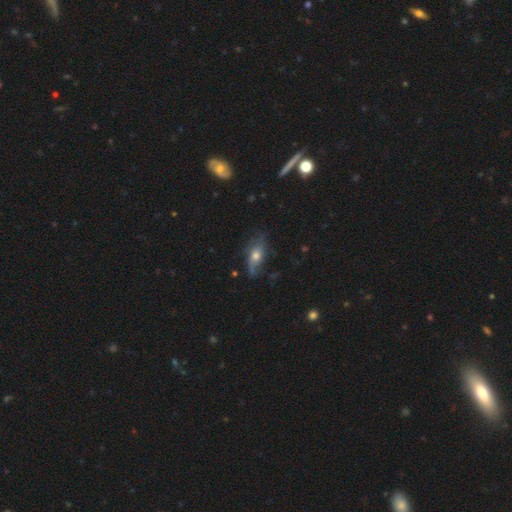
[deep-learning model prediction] smooth-or-featured: featured or disk: 46% | smooth: 44% | star or artifact: 10%
  merging: none: 56% | minor disturbance: 28% | major disturbance: 13% | merger: 2%